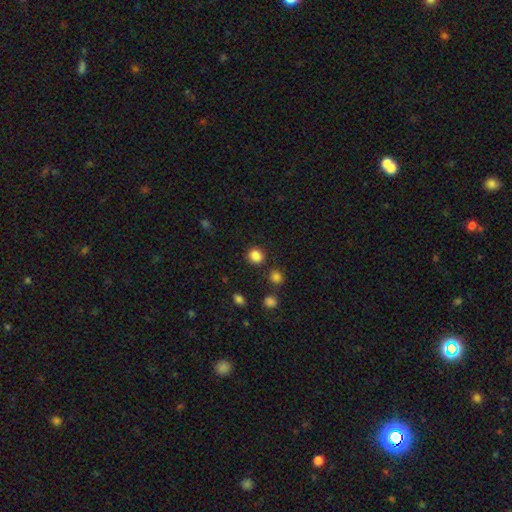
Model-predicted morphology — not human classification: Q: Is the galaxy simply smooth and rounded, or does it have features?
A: smooth — 85%.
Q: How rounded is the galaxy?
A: round — 76%.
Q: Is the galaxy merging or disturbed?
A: none — 83%.